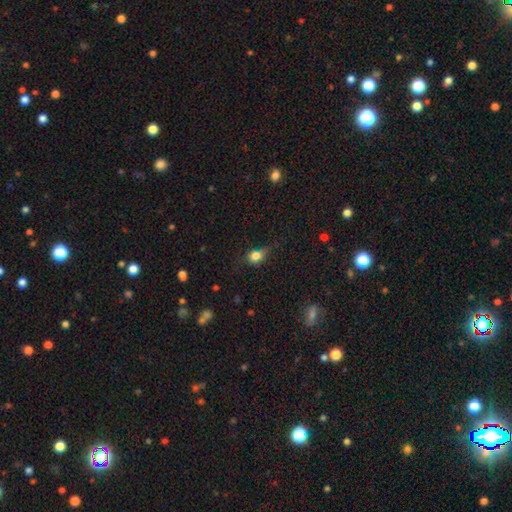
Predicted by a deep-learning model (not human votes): Morphology: type=smooth (75%); roundness=round (51%); merging=none (44%).